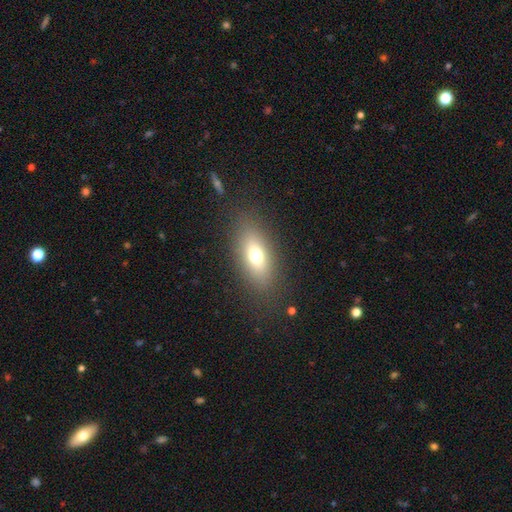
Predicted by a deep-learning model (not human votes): This appears to be a smooth galaxy with no disk features (68%) that is in between round and cigar-shaped (77%). Merging: none (84%).